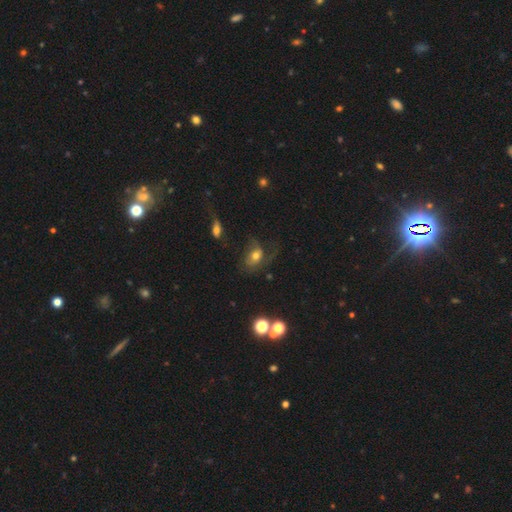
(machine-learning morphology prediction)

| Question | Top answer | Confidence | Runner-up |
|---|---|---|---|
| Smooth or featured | smooth | 48% | featured or disk (39%) |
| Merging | major disturbance | 42% | none (33%) |